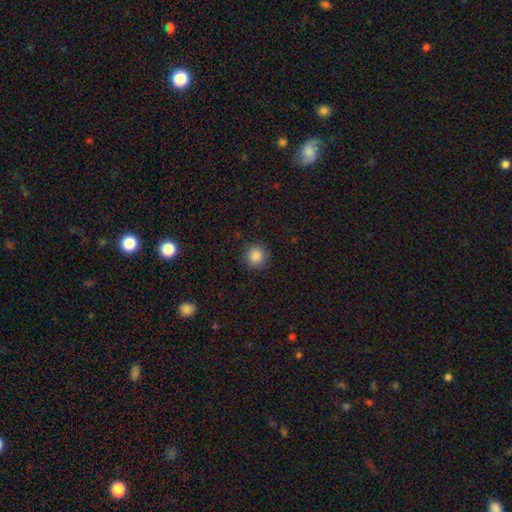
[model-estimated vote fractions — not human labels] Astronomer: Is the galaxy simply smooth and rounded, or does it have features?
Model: smooth — 86%.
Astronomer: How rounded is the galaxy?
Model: round — 93%.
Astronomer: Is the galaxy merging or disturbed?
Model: none — 90%.